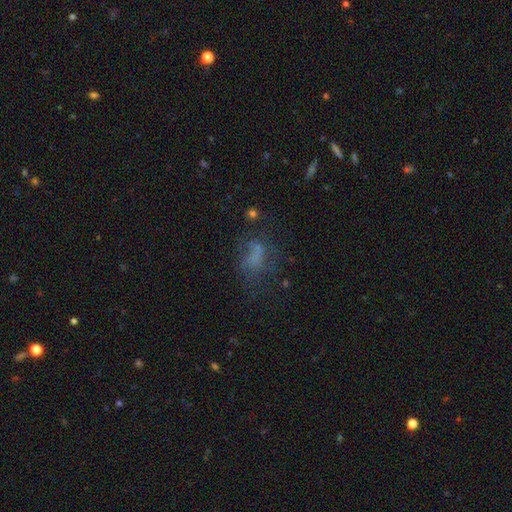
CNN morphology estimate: A smooth galaxy with no disk features (46%). Merging: none (42%).